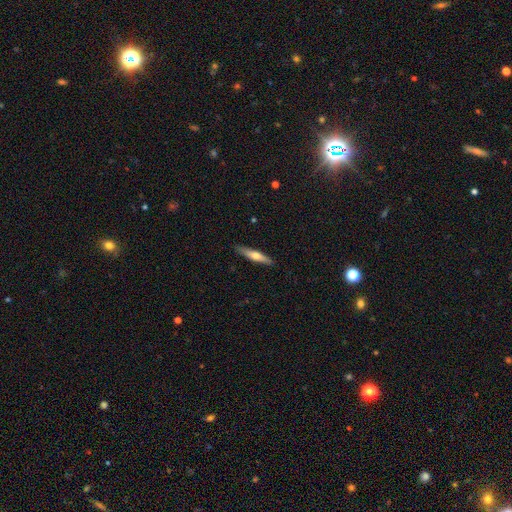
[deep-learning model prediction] This is possibly a smooth galaxy (49%). Merging: clearly none (89%).